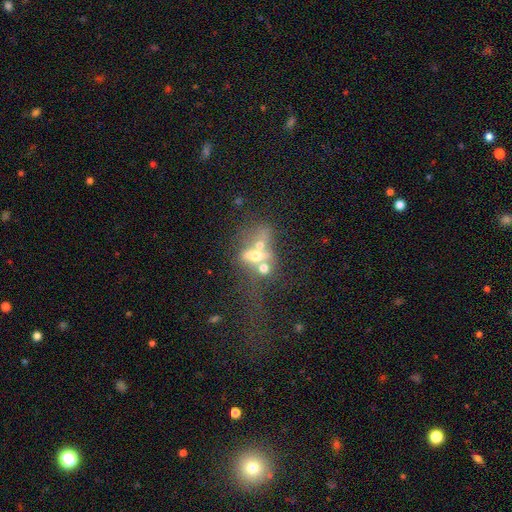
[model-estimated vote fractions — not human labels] smooth-or-featured: smooth: 46% | featured or disk: 39% | star or artifact: 15%
  merging: merger: 66% | none: 15% | major disturbance: 12% | minor disturbance: 7%